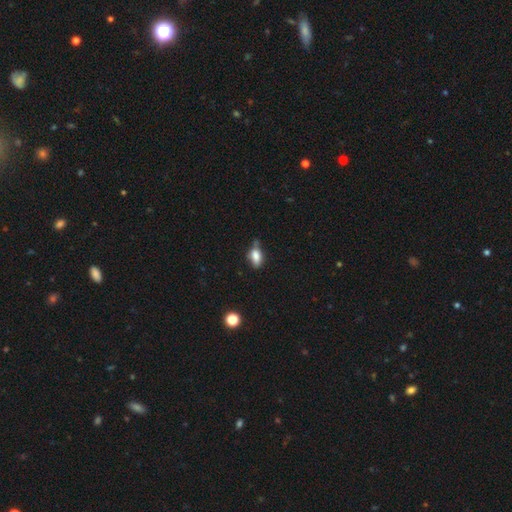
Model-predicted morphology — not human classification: Overall: smooth (72%). How rounded: in between (84%). Merging: none (49%; minor disturbance 34%).